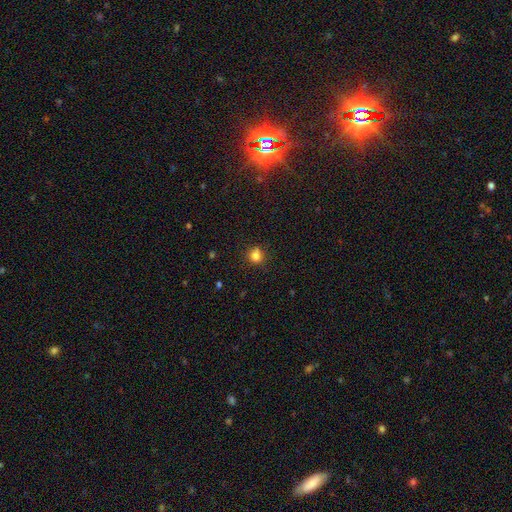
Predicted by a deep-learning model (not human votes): Smooth or featured? smooth (82%)
How rounded? round (81%)
Merging? none (79%)